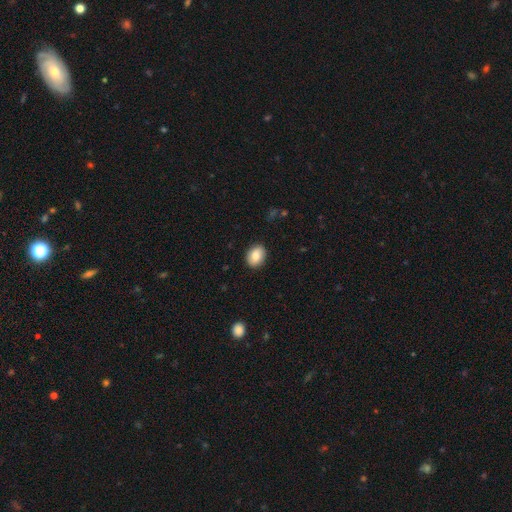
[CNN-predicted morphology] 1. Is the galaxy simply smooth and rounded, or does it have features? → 83% smooth, 9% featured or disk, 7% star or artifact.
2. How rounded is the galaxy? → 66% in between, 33% round, 1% cigar-shaped.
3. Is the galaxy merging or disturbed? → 89% none, 8% minor disturbance, 2% major disturbance, 1% merger.